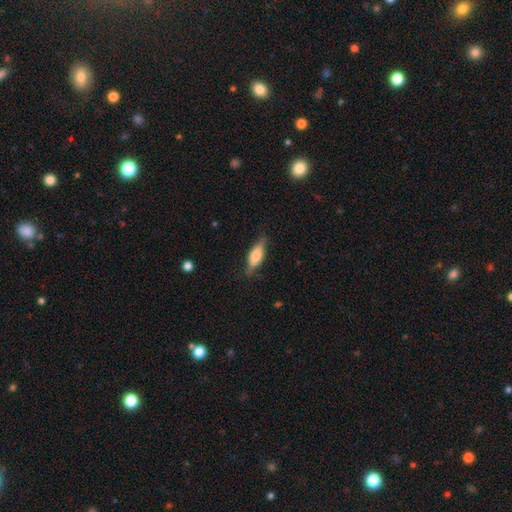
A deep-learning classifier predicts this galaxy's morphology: A smooth galaxy with no disk features (54%) that is in between round and cigar-shaped (62%). Merging: none (75%).